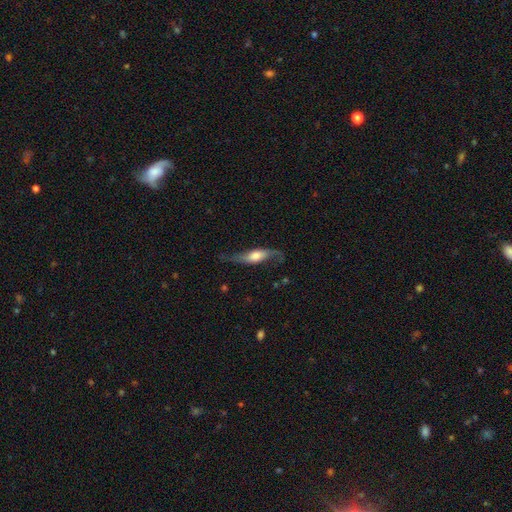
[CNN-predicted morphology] featured or disk 62%, smooth 32%, star or artifact 6%. Down the decision tree: edge-on disk — no (55%); merging — none (60%).